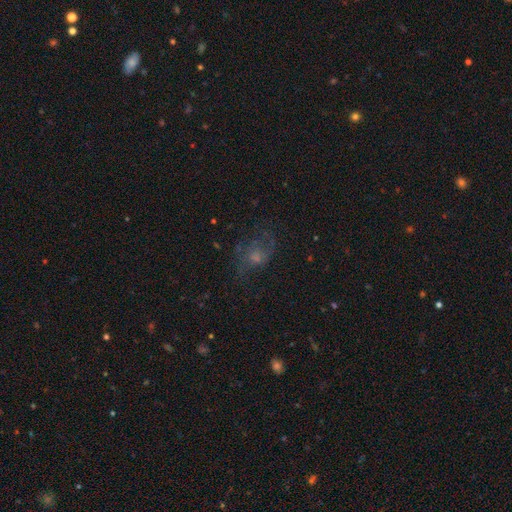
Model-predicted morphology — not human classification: Q: Smooth or featured?
A: featured or disk (47%); runner-up: smooth (33%)
Q: Merging?
A: none (52%); runner-up: major disturbance (26%)